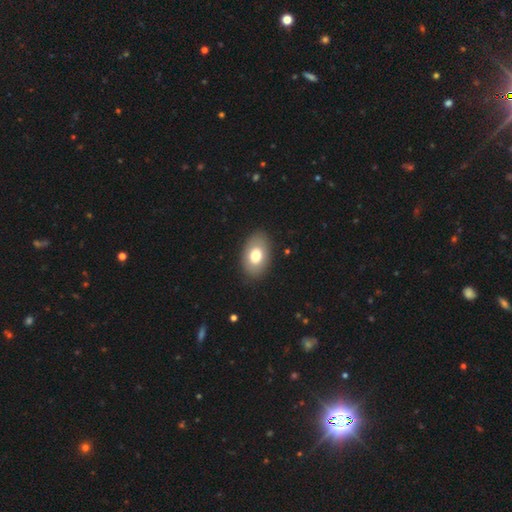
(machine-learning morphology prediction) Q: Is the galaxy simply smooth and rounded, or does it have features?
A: smooth — 73%.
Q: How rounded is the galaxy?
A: in between — 88%.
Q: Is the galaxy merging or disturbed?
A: none — 87%.